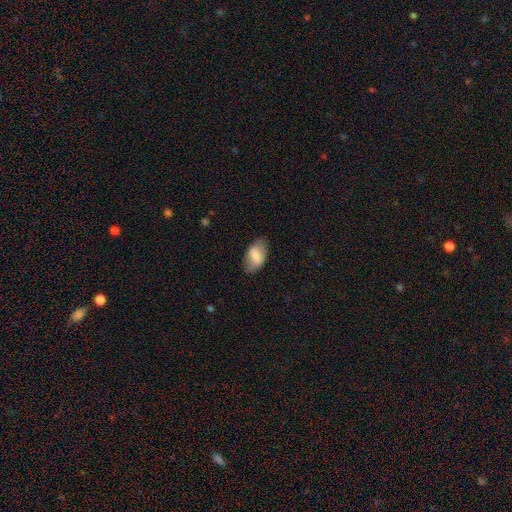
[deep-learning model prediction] Smooth or featured: smooth — 73% (featured or disk — 20%)
How rounded: in between — 93% (round — 5%)
Merging: none — 73% (minor disturbance — 21%)